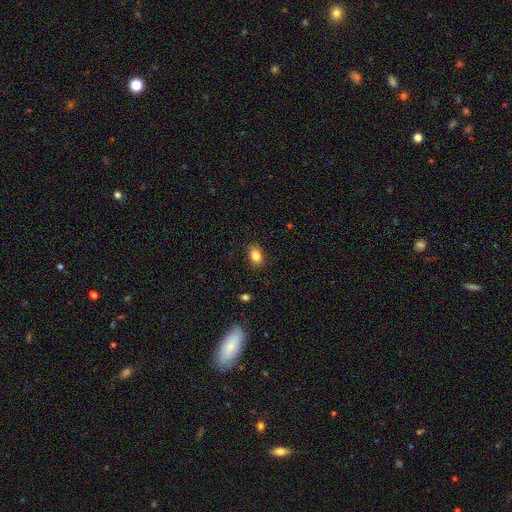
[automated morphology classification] This appears to be a smooth galaxy with no disk features (85%) that is in between round and cigar-shaped (81%). Merging: none (86%).